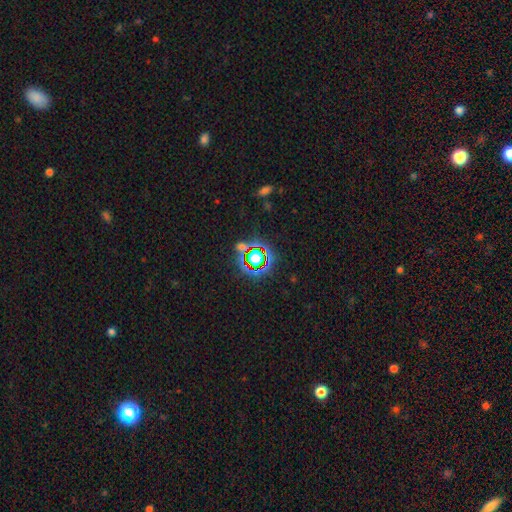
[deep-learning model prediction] The model was most divided on "smooth or featured": star or artifact: 76%, smooth: 15%, featured or disk: 9%.